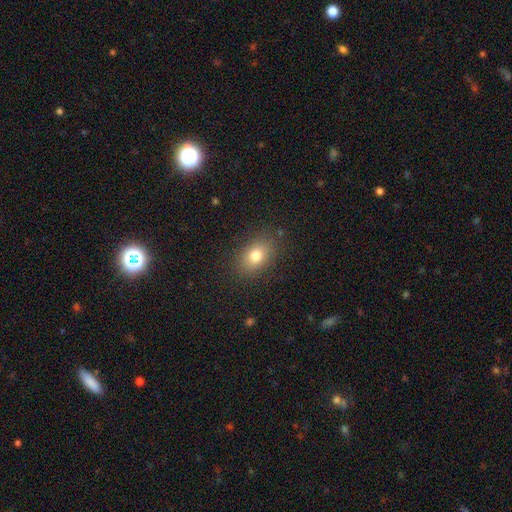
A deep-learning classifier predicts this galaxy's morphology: smooth 78%, star or artifact 11%, featured or disk 11%. Down the decision tree: how rounded — in between (77%); merging — none (86%).